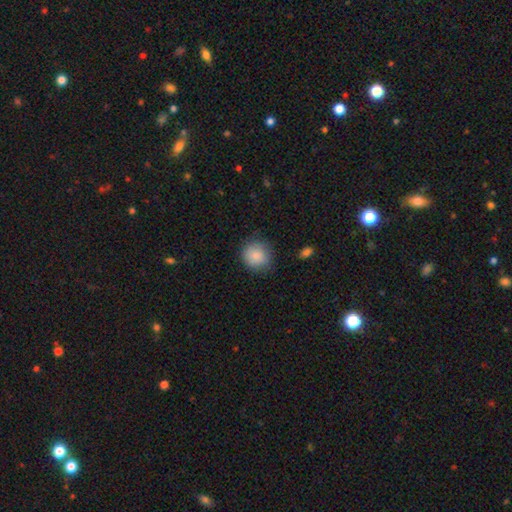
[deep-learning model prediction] smooth 86%, star or artifact 7%, featured or disk 6%. Down the decision tree: how rounded — round (89%); merging — none (78%).